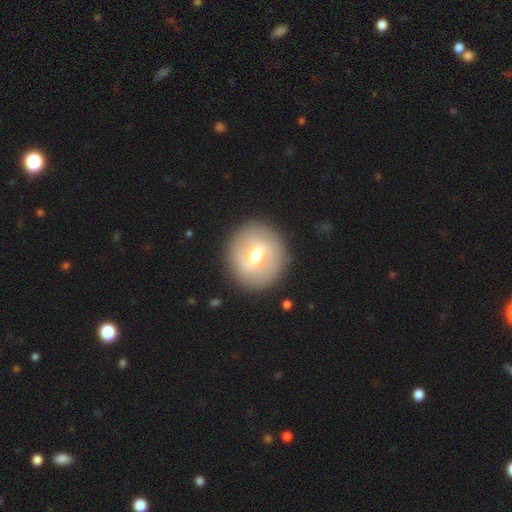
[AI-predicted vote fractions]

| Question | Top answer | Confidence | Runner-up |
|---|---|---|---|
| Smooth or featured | featured or disk | 56% | smooth (37%) |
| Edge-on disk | no | 95% | yes (5%) |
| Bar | weak | 54% | strong (29%) |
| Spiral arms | yes | 50% | tied: no (50%) |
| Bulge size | moderate | 70% | small (20%) |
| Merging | none | 88% | minor disturbance (8%) |